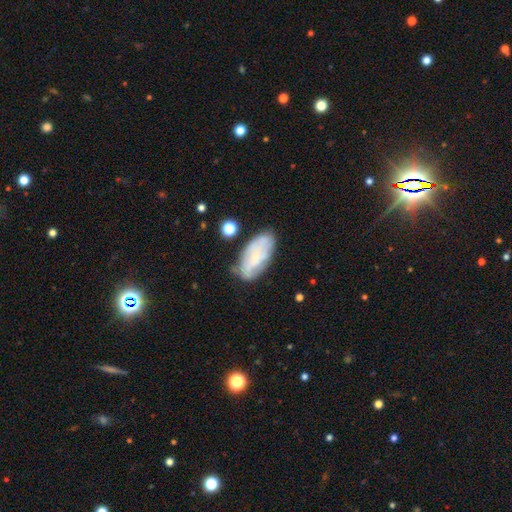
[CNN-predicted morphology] A featured or disk galaxy (46%).

Vote fractions:
- Smooth or featured? featured or disk: 46% / smooth: 45% / star or artifact: 8%
- Merging? none: 63% / minor disturbance: 24% / major disturbance: 8% / merger: 5%